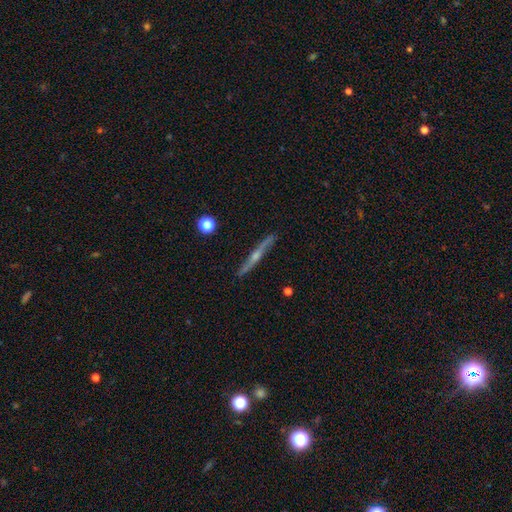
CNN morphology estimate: Smooth or featured? Predicted: featured or disk (p=0.76). Edge-on disk? Predicted: yes (p=0.95). Edge-on bulge? Predicted: rounded (p=0.83). Merging? Predicted: none (p=0.88).